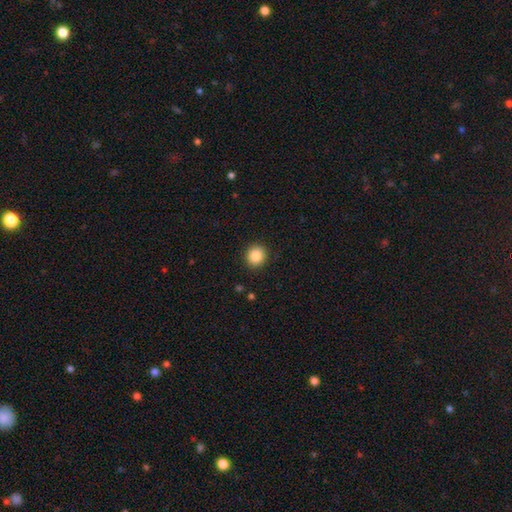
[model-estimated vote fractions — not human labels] Smooth or featured? Predicted: smooth (p=0.86). How rounded? Predicted: round (p=0.88). Merging? Predicted: none (p=0.91).